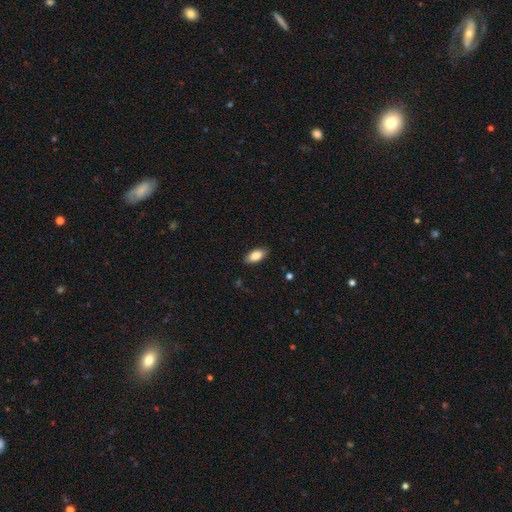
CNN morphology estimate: Smooth or featured: smooth — 86% (featured or disk — 7%)
How rounded: in between — 90% (cigar-shaped — 7%)
Merging: none — 86% (minor disturbance — 11%)